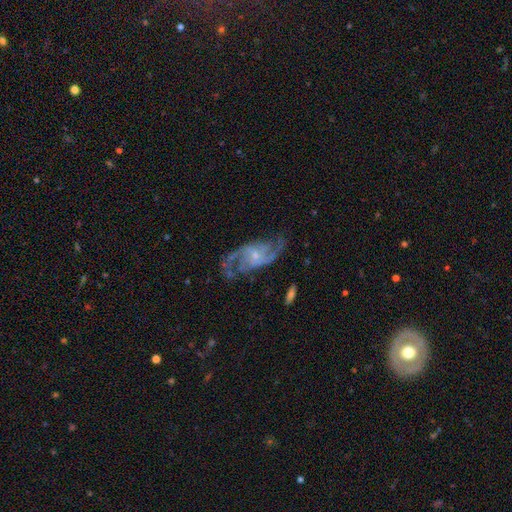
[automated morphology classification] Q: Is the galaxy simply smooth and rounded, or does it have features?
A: featured or disk — 89%.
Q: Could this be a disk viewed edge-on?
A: no — 97%.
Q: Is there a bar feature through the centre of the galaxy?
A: no — 54%.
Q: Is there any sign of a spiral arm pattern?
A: yes — 97%.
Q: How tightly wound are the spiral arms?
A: medium — 47%.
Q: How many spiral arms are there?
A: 2 — 74%.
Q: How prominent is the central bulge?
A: small — 69%.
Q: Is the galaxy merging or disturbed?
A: none — 68%.